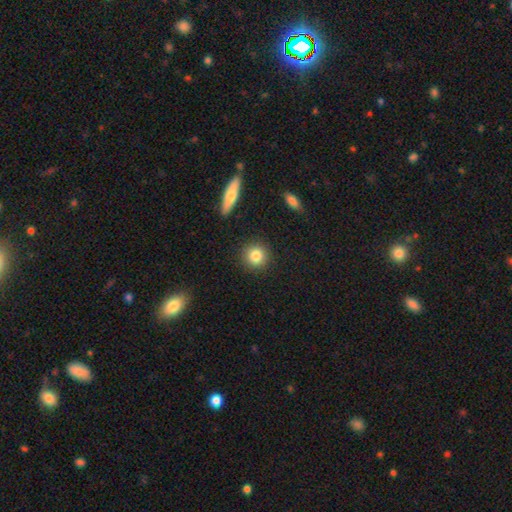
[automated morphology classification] Smooth or featured: smooth — 84% (star or artifact — 9%)
How rounded: round — 91% (in between — 8%)
Merging: none — 90% (minor disturbance — 6%)